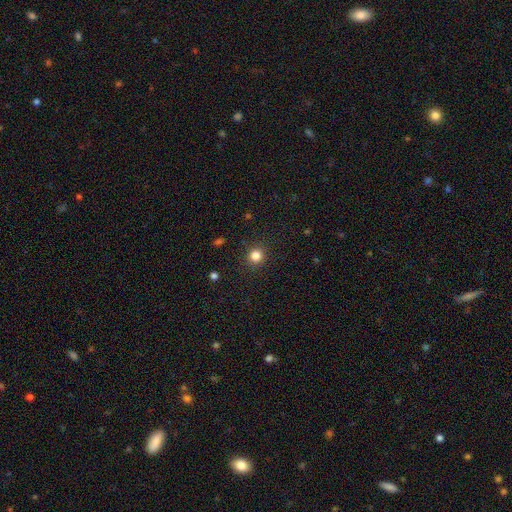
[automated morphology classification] Smooth or featured: smooth — 83% (star or artifact — 13%)
How rounded: round — 92% (in between — 7%)
Merging: none — 90% (minor disturbance — 6%)